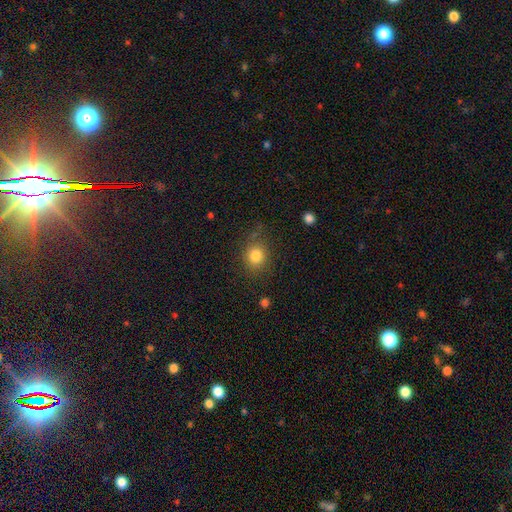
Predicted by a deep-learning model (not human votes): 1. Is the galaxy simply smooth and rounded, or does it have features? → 82% smooth, 11% star or artifact, 7% featured or disk.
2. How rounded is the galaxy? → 76% round, 23% in between, 1% cigar-shaped.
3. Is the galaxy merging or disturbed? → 77% none, 15% minor disturbance, 5% major disturbance, 2% merger.